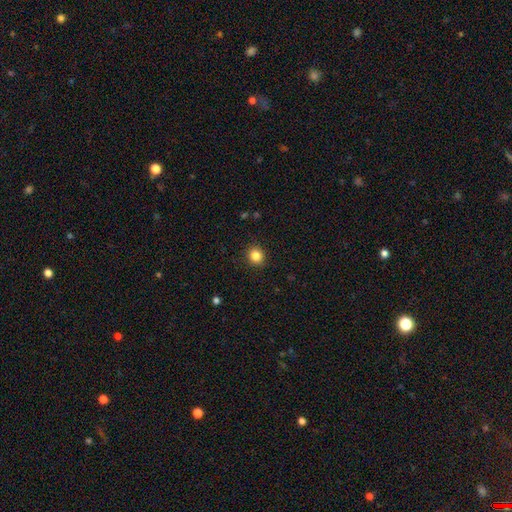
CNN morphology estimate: This appears to be a smooth galaxy with no disk features (84%) that is round (83%). Merging: none (91%).